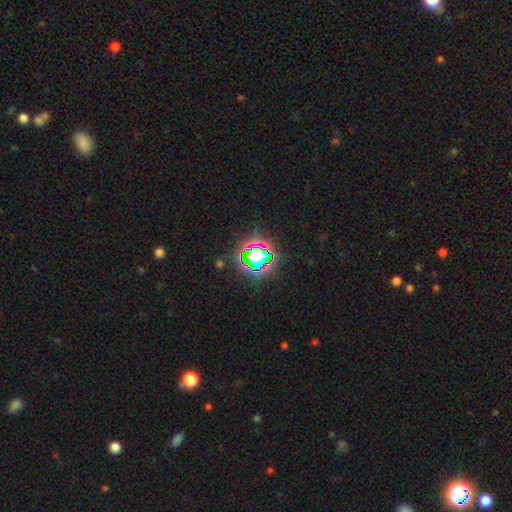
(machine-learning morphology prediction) Overall: star or artifact (62%; smooth 24%).